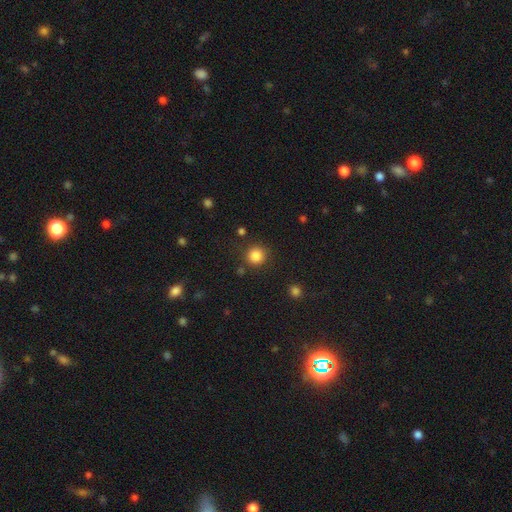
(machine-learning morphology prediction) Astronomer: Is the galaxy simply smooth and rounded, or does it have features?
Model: smooth — 84%.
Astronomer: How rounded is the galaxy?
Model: round — 93%.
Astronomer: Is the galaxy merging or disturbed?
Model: none — 85%.